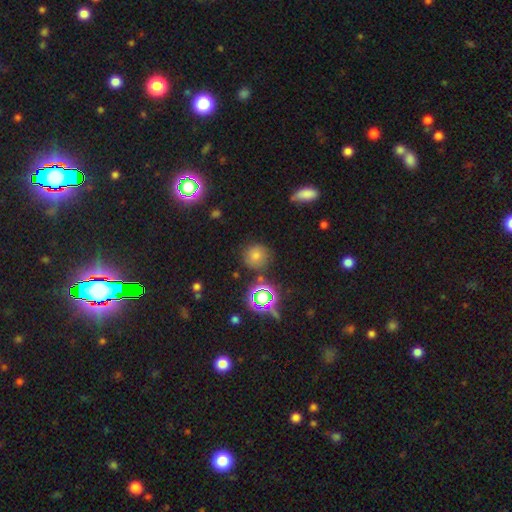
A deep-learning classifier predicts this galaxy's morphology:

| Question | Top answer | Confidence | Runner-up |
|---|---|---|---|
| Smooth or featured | smooth | 65% | star or artifact (26%) |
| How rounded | round | 91% | in between (8%) |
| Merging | none | 82% | minor disturbance (11%) |